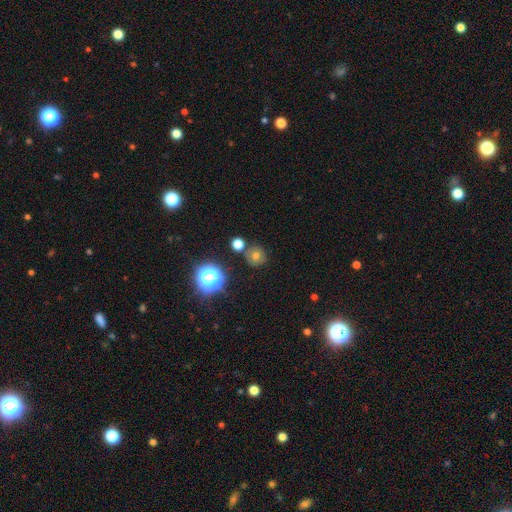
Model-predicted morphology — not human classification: This appears to be a smooth galaxy with no disk features (56%) that is round (90%). Merging: none (80%).